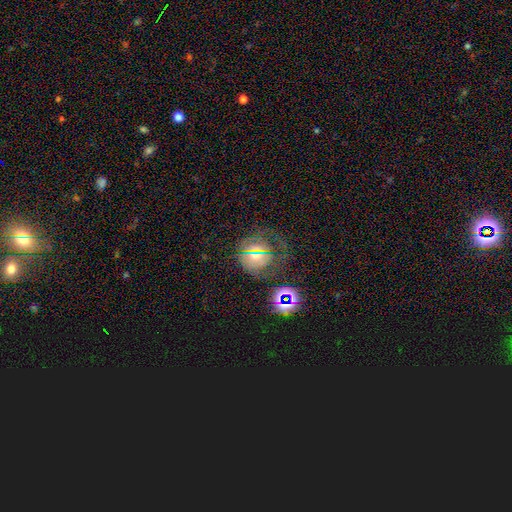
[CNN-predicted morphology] star or artifact 41%, smooth 35%, featured or disk 23%.